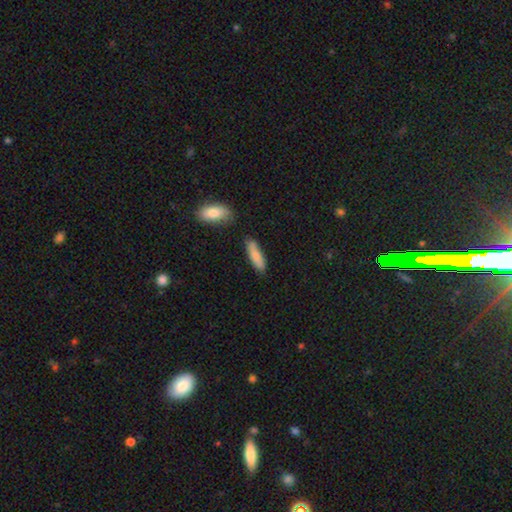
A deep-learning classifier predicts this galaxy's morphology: Smooth or featured?
  - smooth: 82% *
  - featured or disk: 12%
  - star or artifact: 6%
How rounded?
  - cigar-shaped: 59% *
  - in between: 39%
  - round: 2%
Merging?
  - none: 72% *
  - minor disturbance: 18%
  - merger: 7%
  - major disturbance: 4%